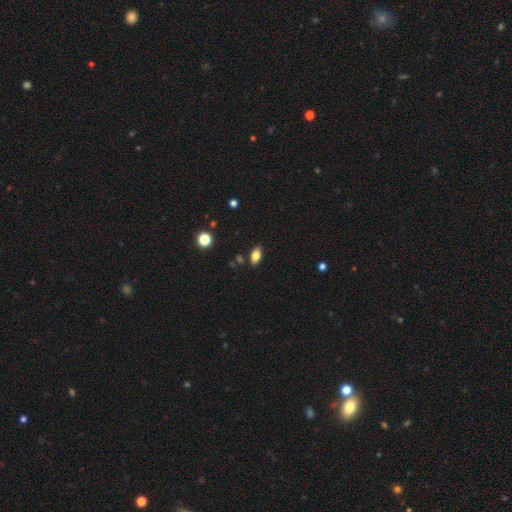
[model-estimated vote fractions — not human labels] A smooth galaxy with no disk features (79%) that is in between round and cigar-shaped (88%).

Vote fractions:
- Smooth or featured? smooth: 79% / featured or disk: 12% / star or artifact: 9%
- How rounded? in between: 88% / cigar-shaped: 7% / round: 6%
- Merging? none: 84% / minor disturbance: 11% / merger: 3% / major disturbance: 2%